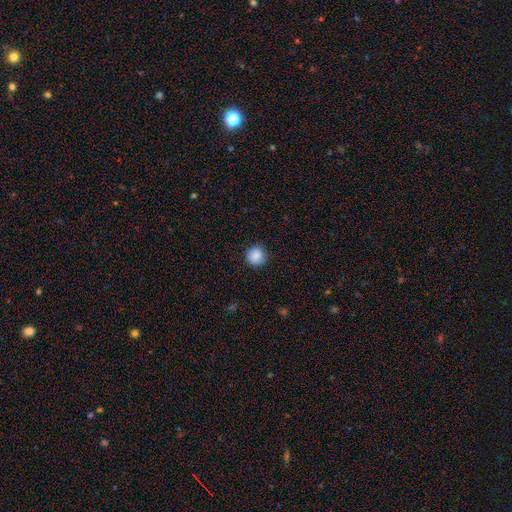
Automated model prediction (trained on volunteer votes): smooth_or_featured: smooth (p=0.88) [alt: star or artifact p=0.09]
how_rounded: round (p=0.94) [alt: in between p=0.05]
merging: none (p=0.90) [alt: minor disturbance p=0.07]